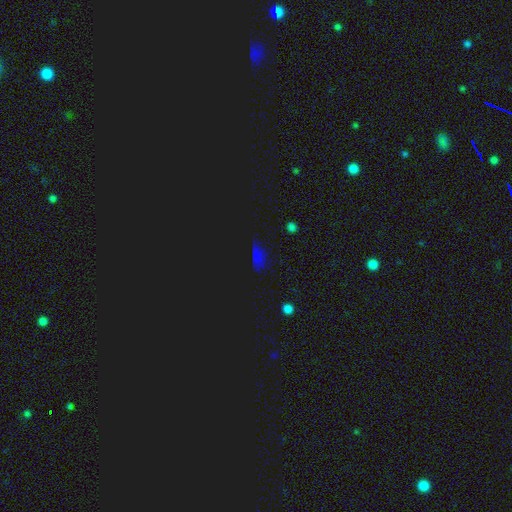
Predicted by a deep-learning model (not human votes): Smooth or featured?
  - star or artifact: 61% *
  - smooth: 32%
  - featured or disk: 7%